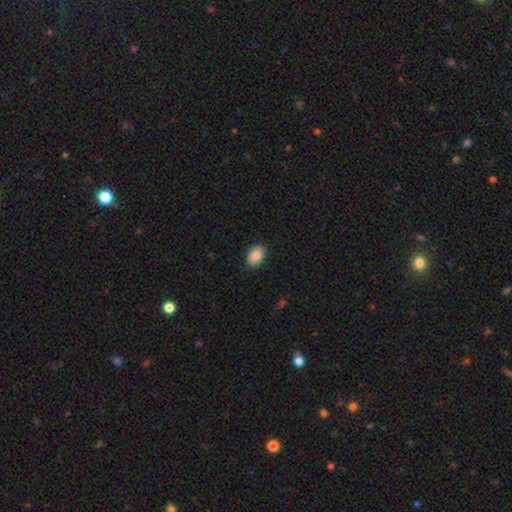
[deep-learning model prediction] Smooth or featured? Predicted: smooth (p=0.89). How rounded? Predicted: in between (p=0.86). Merging? Predicted: none (p=0.87).